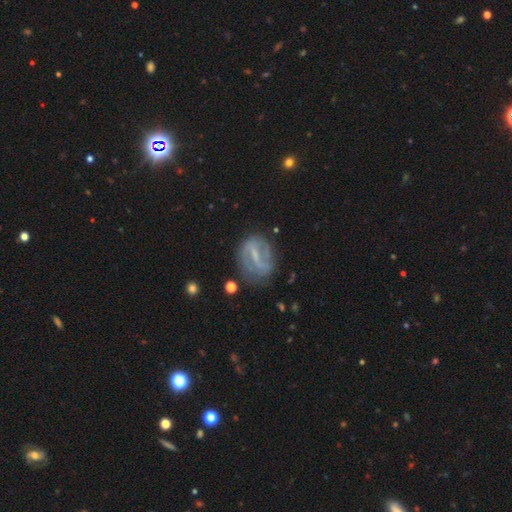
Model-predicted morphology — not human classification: Smooth or featured: featured or disk — 75% (smooth — 17%)
Edge-on disk: no — 95% (yes — 5%)
Bar: strong — 52% (weak — 36%)
Spiral arms: yes — 79% (no — 21%)
Spiral winding: medium — 40% (tight — 31%)
Spiral arm count: 2 — 70% (can't tell — 16%)
Bulge size: small — 47% (none — 34%)
Merging: none — 65% (minor disturbance — 20%)